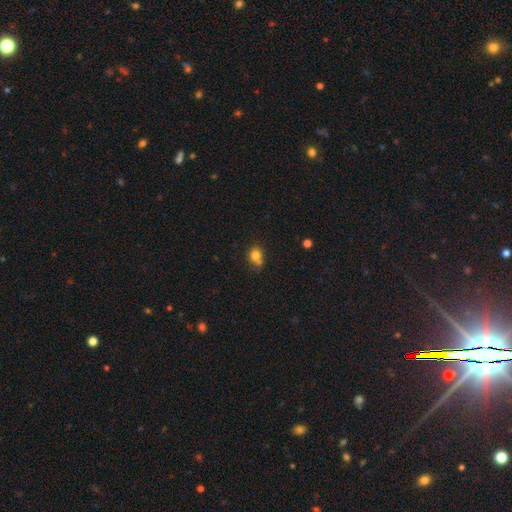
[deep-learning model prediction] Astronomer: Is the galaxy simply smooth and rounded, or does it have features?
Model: smooth — 79%.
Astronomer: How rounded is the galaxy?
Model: round — 65%.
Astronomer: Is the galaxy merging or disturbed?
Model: none — 53%.